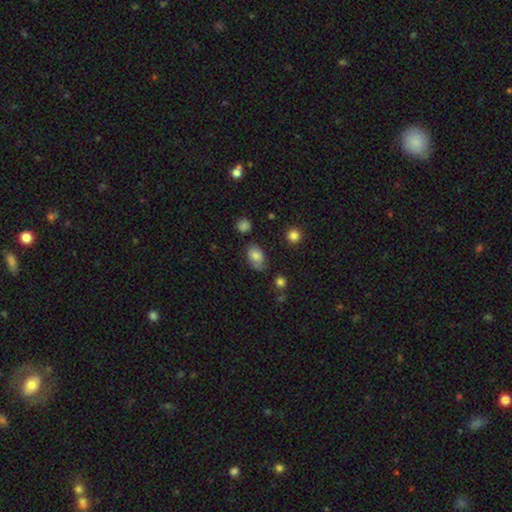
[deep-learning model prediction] The model was most divided on "merging": none: 56%, minor disturbance: 30%, major disturbance: 9%, merger: 4%. More confident: how rounded — in between (85%); smooth or featured — smooth (75%).